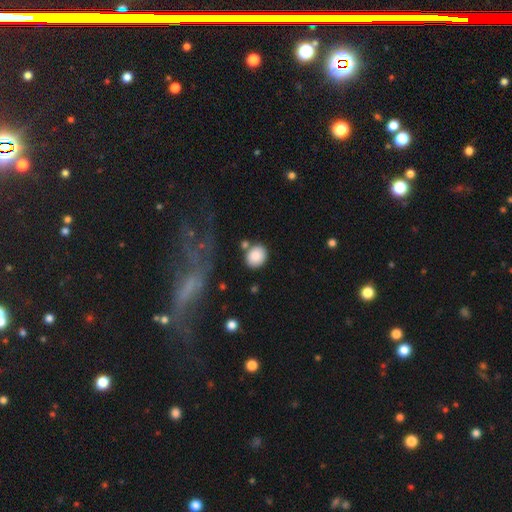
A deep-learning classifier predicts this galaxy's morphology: smooth_or_featured: smooth (p=0.87) [alt: star or artifact p=0.07]
how_rounded: round (p=0.69) [alt: in between p=0.30]
merging: none (p=0.73) [alt: minor disturbance p=0.12]